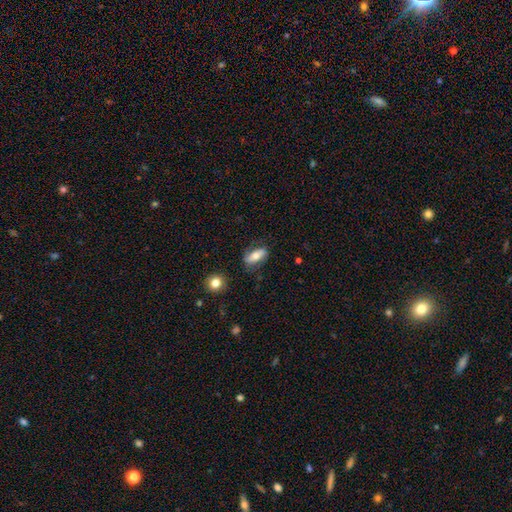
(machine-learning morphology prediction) Smooth or featured: smooth — 59% (featured or disk — 34%)
How rounded: in between — 78% (cigar-shaped — 17%)
Merging: none — 74% (minor disturbance — 18%)